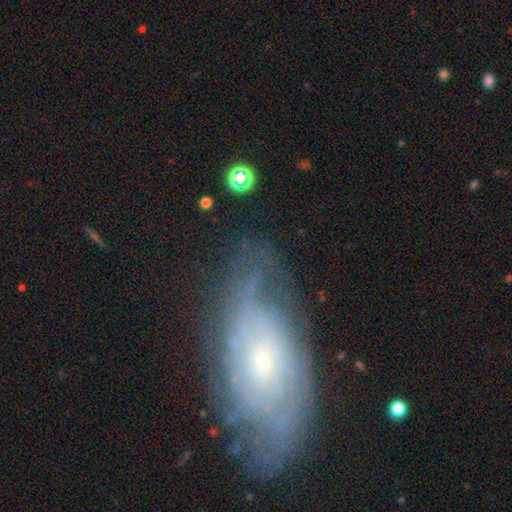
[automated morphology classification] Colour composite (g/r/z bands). It shows a featured or disk galaxy (72%) with no bar (69%), tight (62%) spiral arms (87%) and a small central bulge (69%). Merging: none (66%).